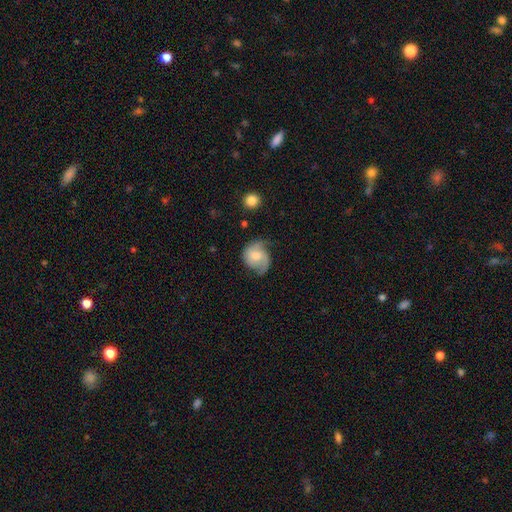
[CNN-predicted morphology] A featured or disk galaxy (57%) with no bar (61%), spiral arms (88%) and a moderate central bulge (50%).

Vote fractions:
- Smooth or featured? featured or disk: 57% / smooth: 36% / star or artifact: 7%
- Edge-on disk? no: 97% / yes: 3%
- Bar? no: 61% / weak: 33% / strong: 6%
- Spiral arms? yes: 88% / no: 12%
- Bulge size? moderate: 50% / small: 37% / none: 6% / large: 6% / dominant: 1%
- Merging? none: 50% / minor disturbance: 32% / major disturbance: 16% / merger: 2%